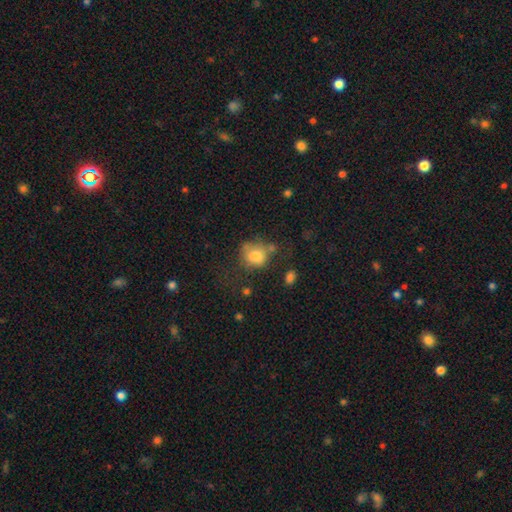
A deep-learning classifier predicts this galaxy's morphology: This is likely a smooth galaxy (76%). How rounded: likely round (71%). Merging: possibly none (48%).